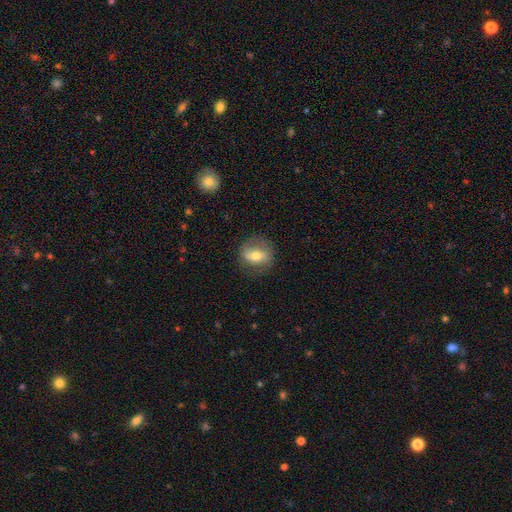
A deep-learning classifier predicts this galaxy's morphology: smooth 46% (tied), featured or disk 46% (tied), star or artifact 8%. Down the decision tree: merging — none (78%).